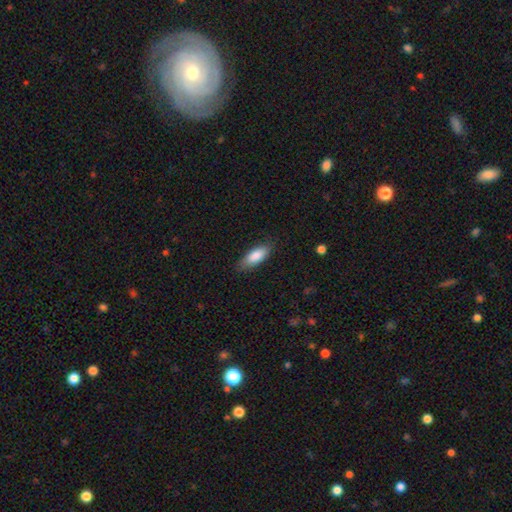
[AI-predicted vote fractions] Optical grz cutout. It shows a smooth galaxy with no disk features (86%) that is in between round and cigar-shaped (72%). Merging: none (80%).